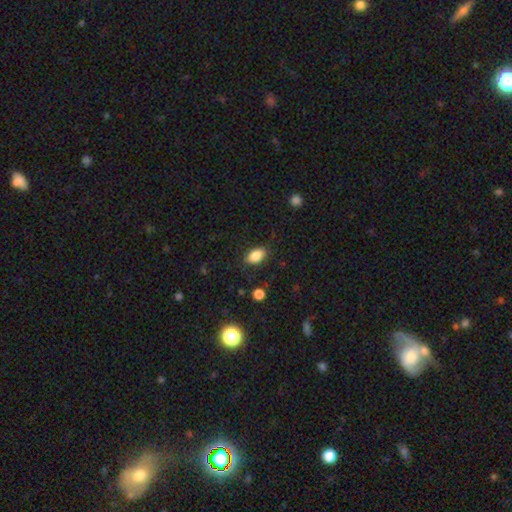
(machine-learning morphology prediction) The model was most divided on "merging": none: 83%, minor disturbance: 12%, major disturbance: 3%, merger: 1%. More confident: how rounded — in between (88%); smooth or featured — smooth (85%).